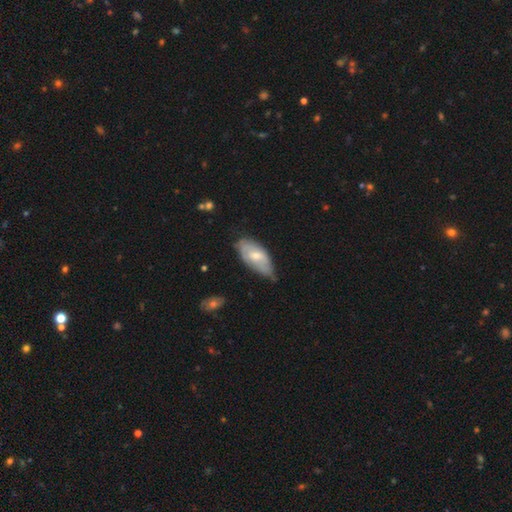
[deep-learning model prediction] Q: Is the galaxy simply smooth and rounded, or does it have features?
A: smooth — 51%.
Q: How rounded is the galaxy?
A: in between — 89%.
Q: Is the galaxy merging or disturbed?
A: none — 45%.